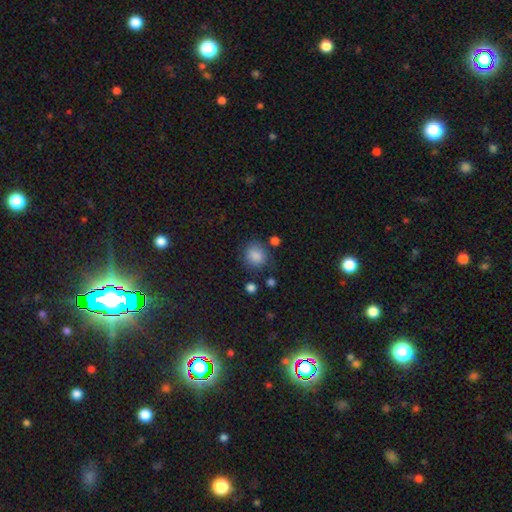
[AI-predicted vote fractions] Smooth or featured: smooth — 85% (star or artifact — 10%)
How rounded: round — 79% (in between — 20%)
Merging: none — 73% (minor disturbance — 16%)